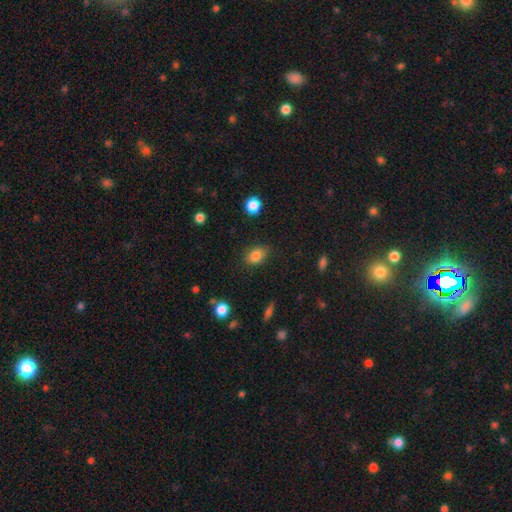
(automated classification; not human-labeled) Overall: smooth (83%). How rounded: in between (74%). Merging: none (74%).